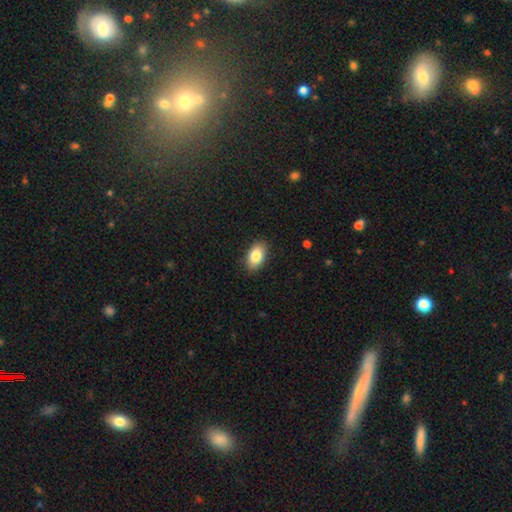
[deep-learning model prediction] Overall: smooth (83%). How rounded: in between (90%). Merging: none (87%).